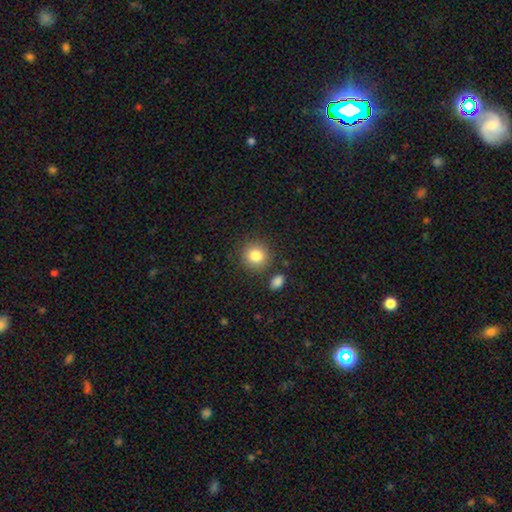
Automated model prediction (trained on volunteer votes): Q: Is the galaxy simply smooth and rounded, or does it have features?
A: smooth — 84%.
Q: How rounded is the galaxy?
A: round — 87%.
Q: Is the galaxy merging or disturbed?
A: none — 83%.